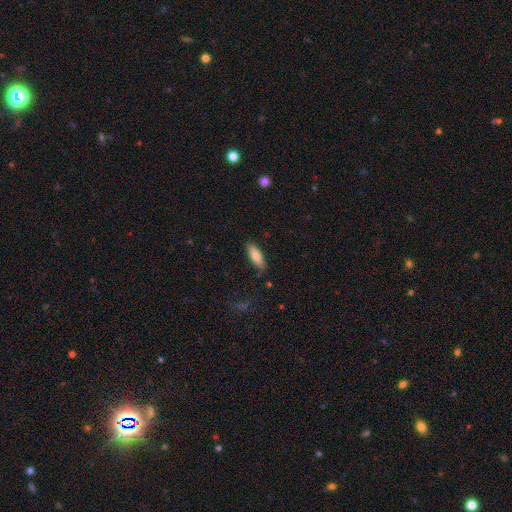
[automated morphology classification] A smooth galaxy with no disk features (79%) that is in between round and cigar-shaped (60%). Merging: none (85%).